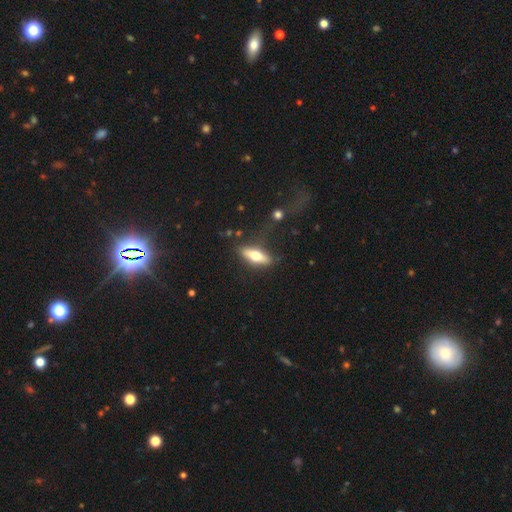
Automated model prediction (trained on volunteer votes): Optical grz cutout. It shows a smooth galaxy with no disk features (54%) that is in between round and cigar-shaped (49%). Merging: none (74%).